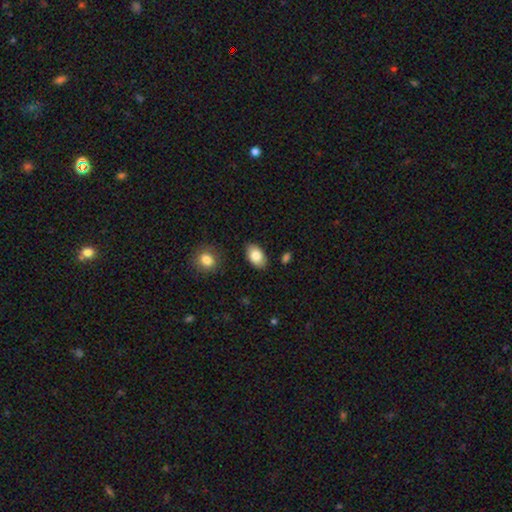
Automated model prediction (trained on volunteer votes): smooth 84%, featured or disk 9%, star or artifact 7%. Down the decision tree: how rounded — in between (91%); merging — none (84%).